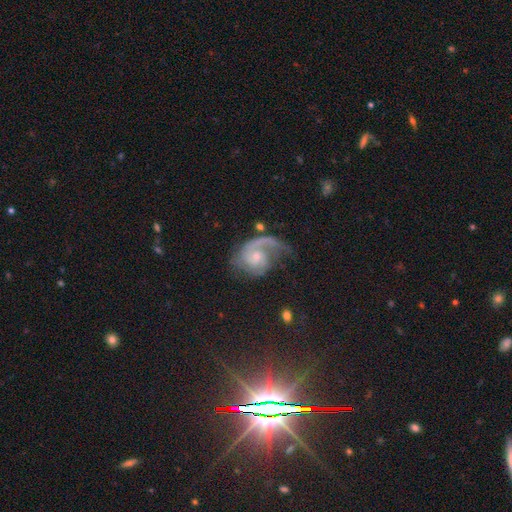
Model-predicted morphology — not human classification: smooth_or_featured: featured or disk (p=0.82) [alt: smooth p=0.11]
disk_edge_on: no (p=0.98) [alt: yes p=0.02]
bar: no (p=0.68) [alt: weak p=0.28]
has_spiral_arms: yes (p=0.94) [alt: no p=0.06]
spiral_winding: medium (p=0.43) [alt: loose p=0.35]
spiral_arm_count: 1 (p=0.52) [alt: 2 p=0.36]
bulge_size: small (p=0.58) [alt: moderate p=0.33]
merging: none (p=0.40) [alt: major disturbance p=0.35]